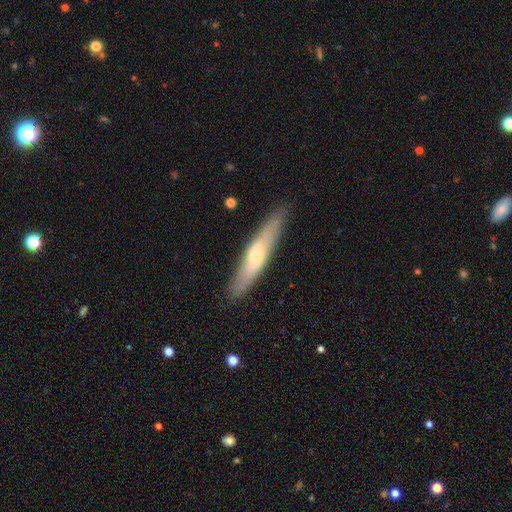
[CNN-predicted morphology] Smooth or featured? Predicted: featured or disk (p=0.48). Merging? Predicted: none (p=0.87).